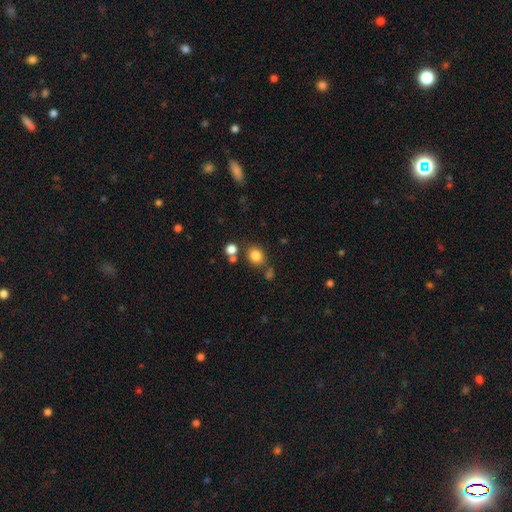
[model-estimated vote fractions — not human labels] This is clearly a smooth galaxy (82%). How rounded: likely round (71%). Merging: likely none (75%).